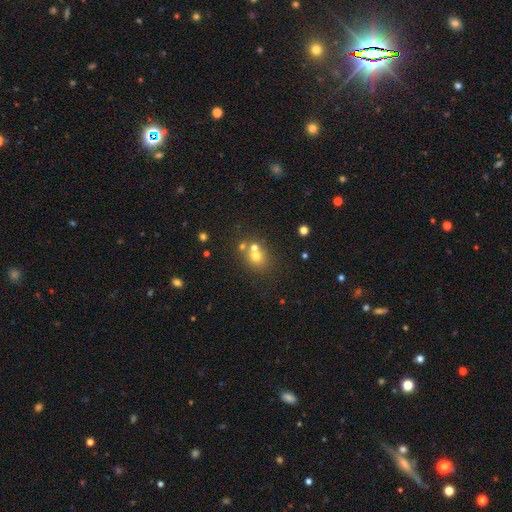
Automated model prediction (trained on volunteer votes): Q: Smooth or featured?
A: smooth (64%); runner-up: star or artifact (19%)
Q: How rounded?
A: round (76%); runner-up: in between (23%)
Q: Merging?
A: none (52%); runner-up: merger (36%)